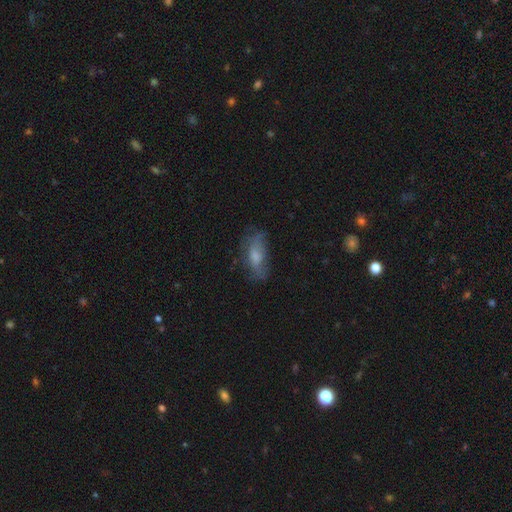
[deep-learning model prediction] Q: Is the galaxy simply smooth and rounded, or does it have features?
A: smooth — 57%.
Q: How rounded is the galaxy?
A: in between — 72%.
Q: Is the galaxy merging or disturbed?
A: none — 52%.